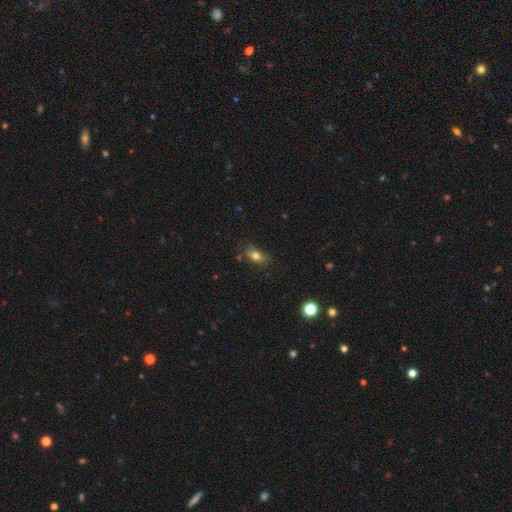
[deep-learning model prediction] This is likely a smooth galaxy (73%). How rounded: likely in between (79%). Merging: likely none (64%).